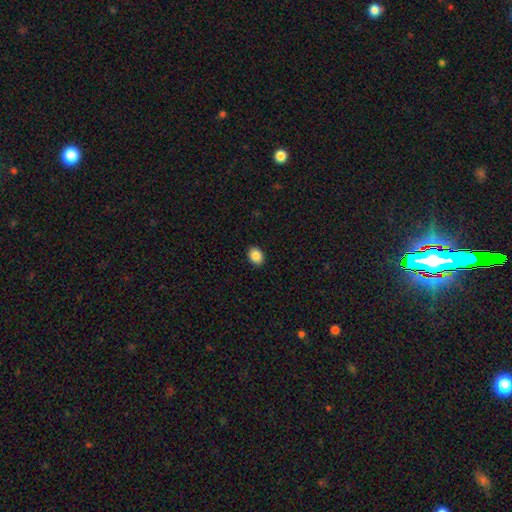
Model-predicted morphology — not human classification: Q: Smooth or featured?
A: smooth (88%); runner-up: star or artifact (8%)
Q: How rounded?
A: in between (58%); runner-up: round (41%)
Q: Merging?
A: none (91%); runner-up: minor disturbance (6%)